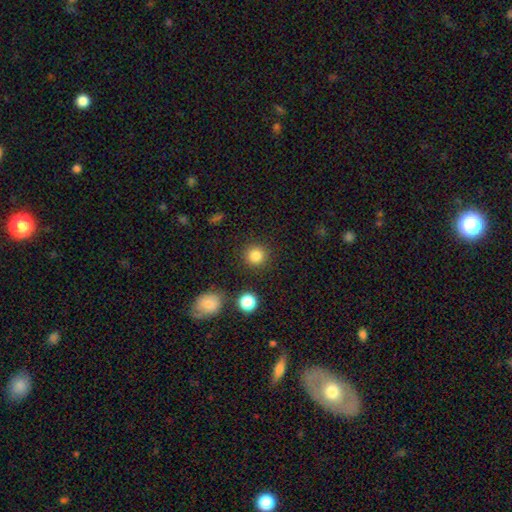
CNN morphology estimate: This is clearly a smooth galaxy (85%). How rounded: clearly round (94%). Merging: clearly none (90%).